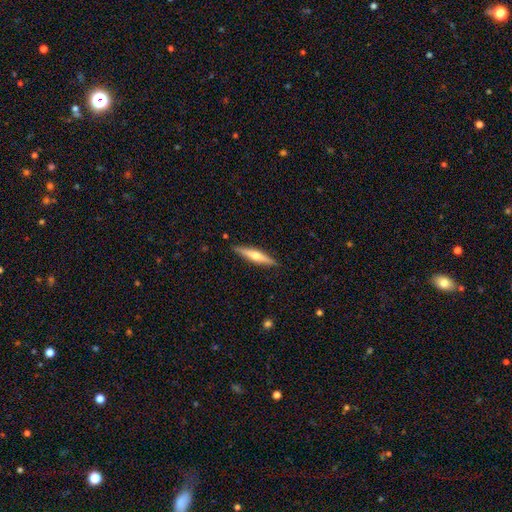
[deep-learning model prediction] This appears to be a featured or disk galaxy (58%) viewed edge-on (96%) with a rounded central bulge (88%). Merging: none (88%).